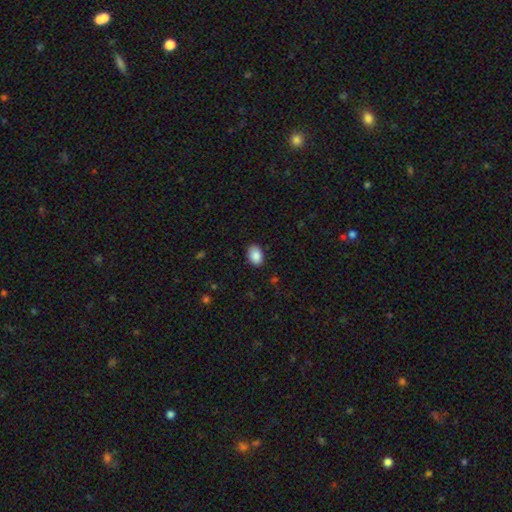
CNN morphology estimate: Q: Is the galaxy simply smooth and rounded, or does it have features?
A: smooth — 89%.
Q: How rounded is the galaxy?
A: in between — 85%.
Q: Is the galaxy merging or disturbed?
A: none — 88%.